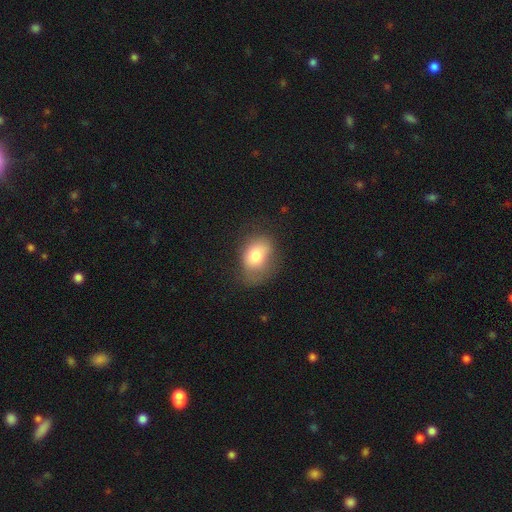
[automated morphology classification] smooth-or-featured: smooth: 76% | featured or disk: 15% | star or artifact: 9%
  how-rounded: in between: 70% | round: 29% | cigar-shaped: 1%
  merging: none: 53% | minor disturbance: 30% | major disturbance: 15% | merger: 2%